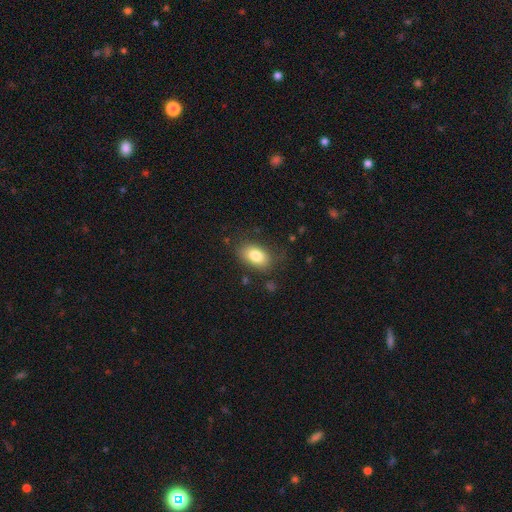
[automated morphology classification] Smooth or featured?
  - smooth: 81% *
  - featured or disk: 11%
  - star or artifact: 8%
How rounded?
  - in between: 88% *
  - round: 10%
  - cigar-shaped: 2%
Merging?
  - none: 79% *
  - minor disturbance: 15%
  - major disturbance: 5%
  - merger: 2%